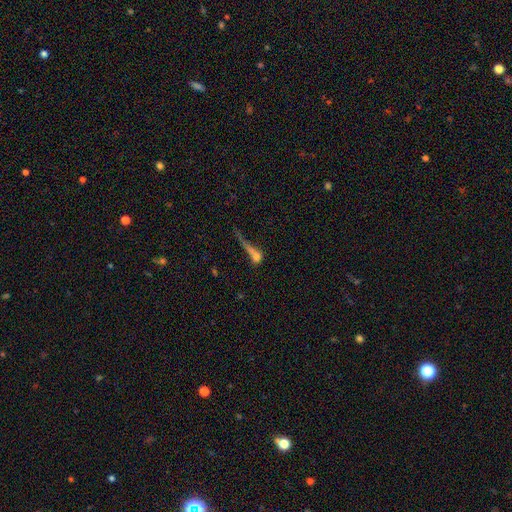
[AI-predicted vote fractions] A smooth galaxy with no disk features (55%) that is in between round and cigar-shaped (37%). Merging: major disturbance (35%).